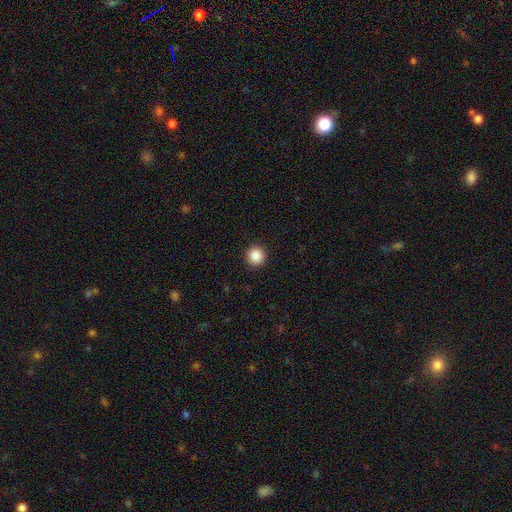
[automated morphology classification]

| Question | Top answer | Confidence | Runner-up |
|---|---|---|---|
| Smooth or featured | smooth | 87% | star or artifact (10%) |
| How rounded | round | 95% | in between (4%) |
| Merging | none | 93% | minor disturbance (5%) |